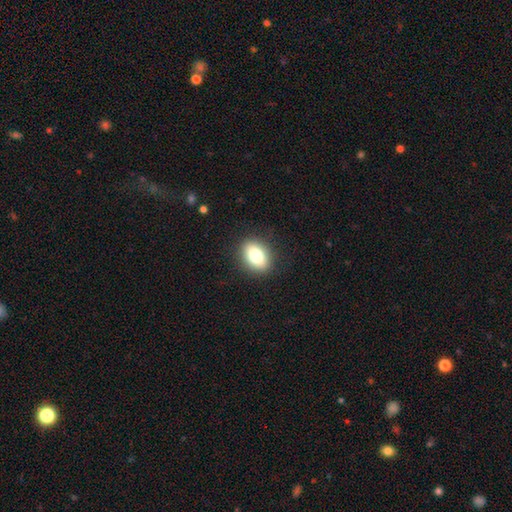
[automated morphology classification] Smooth or featured? Predicted: smooth (p=0.79). How rounded? Predicted: in between (p=0.75). Merging? Predicted: none (p=0.88).